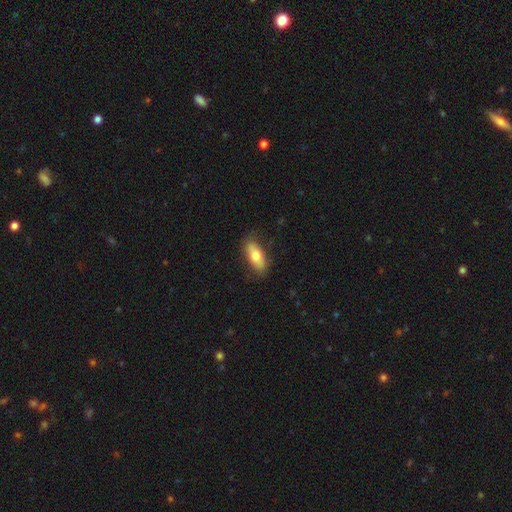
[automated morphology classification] type=smooth (72%); roundness=in between (78%); merging=none (81%).